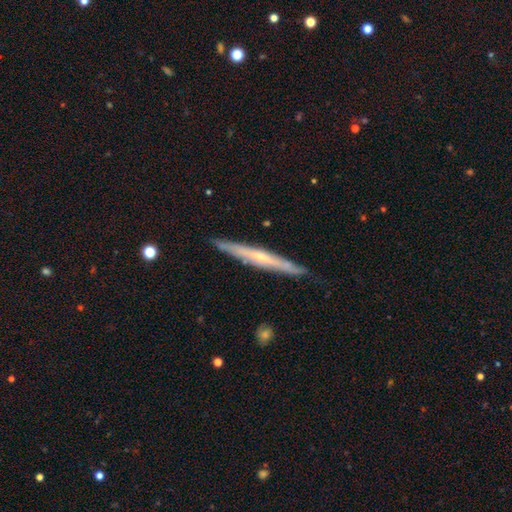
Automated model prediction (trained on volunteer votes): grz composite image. It shows a featured or disk galaxy (68%) viewed edge-on (96%) with a rounded central bulge (58%). Merging: none (89%).